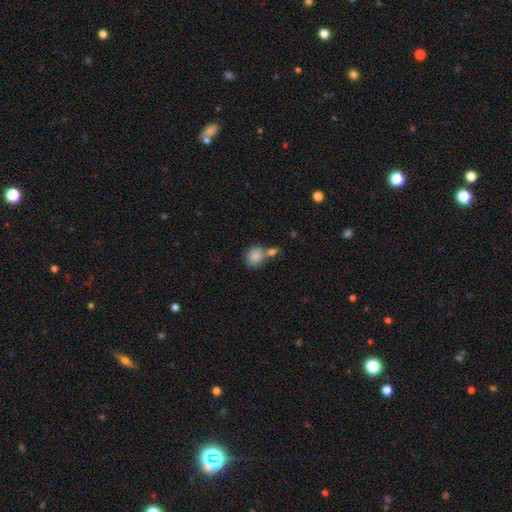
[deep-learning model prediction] Smooth or featured? Predicted: smooth (p=0.86). How rounded? Predicted: round (p=0.64). Merging? Predicted: merger (p=0.42).